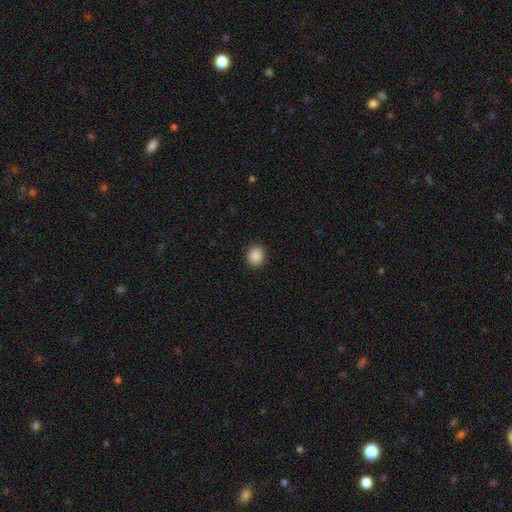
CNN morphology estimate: smooth_or_featured: smooth (p=0.88) [alt: star or artifact p=0.09]
how_rounded: round (p=0.74) [alt: in between p=0.25]
merging: none (p=0.91) [alt: minor disturbance p=0.06]